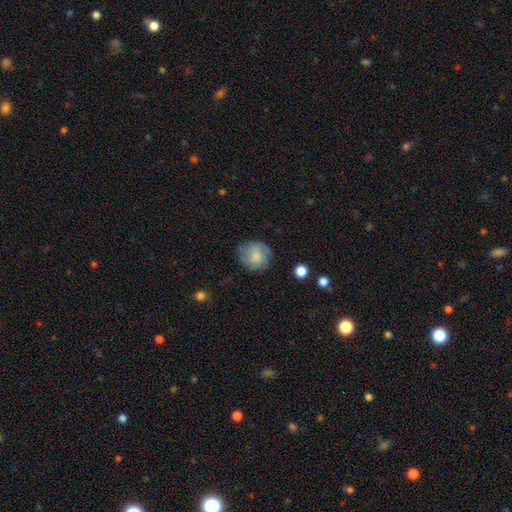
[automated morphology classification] Smooth or featured? Predicted: smooth (p=0.69). How rounded? Predicted: round (p=0.85). Merging? Predicted: none (p=0.71).